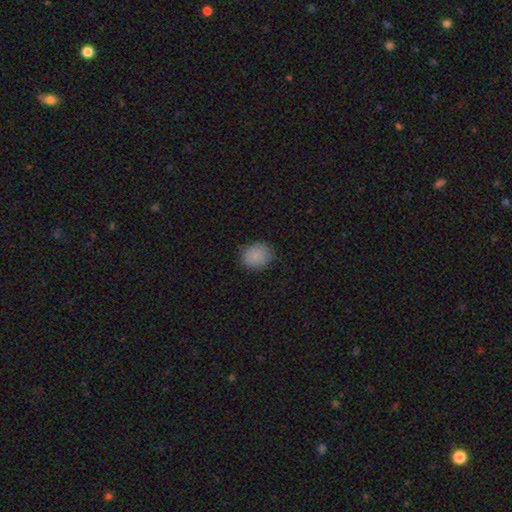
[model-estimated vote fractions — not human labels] Smooth or featured?
  - smooth: 86% *
  - star or artifact: 9%
  - featured or disk: 5%
How rounded?
  - round: 61% *
  - in between: 39%
  - cigar-shaped: 1%
Merging?
  - none: 79% *
  - minor disturbance: 17%
  - major disturbance: 3%
  - merger: 1%